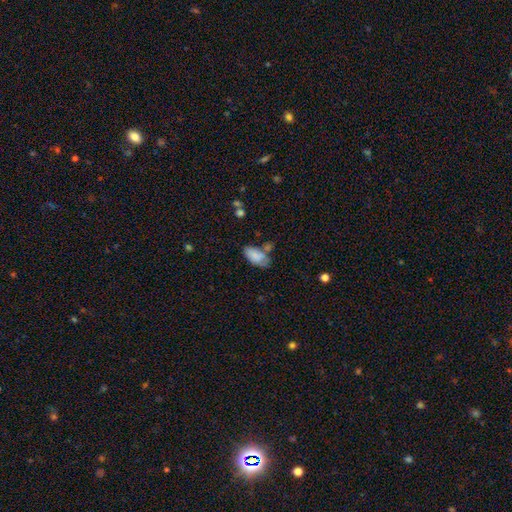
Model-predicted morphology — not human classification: smooth 80%, featured or disk 12%, star or artifact 8%. Down the decision tree: how rounded — in between (93%); merging — none (42%).